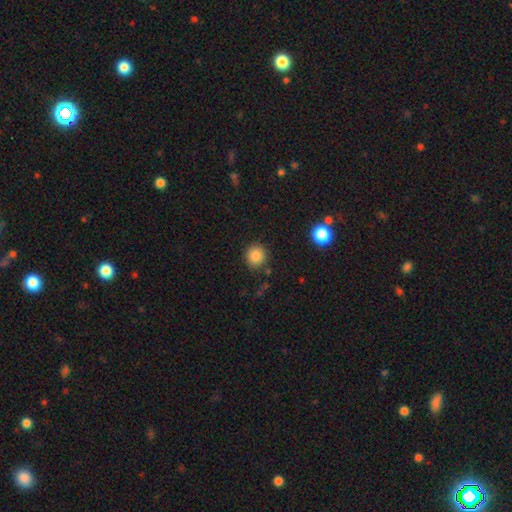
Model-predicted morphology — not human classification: This is clearly a smooth galaxy (85%). How rounded: clearly round (91%). Merging: clearly none (86%).